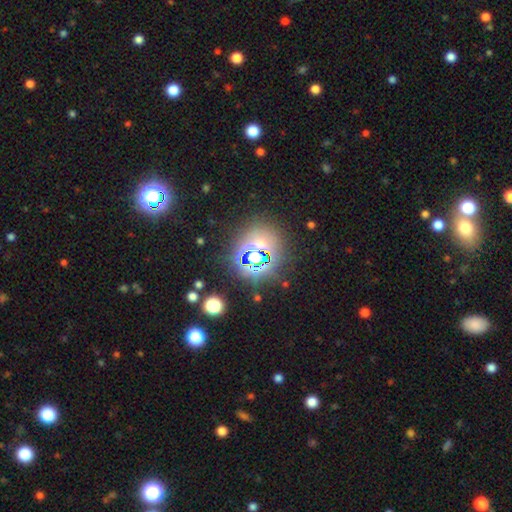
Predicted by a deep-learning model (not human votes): smooth-or-featured: star or artifact: 61% | smooth: 27% | featured or disk: 12%